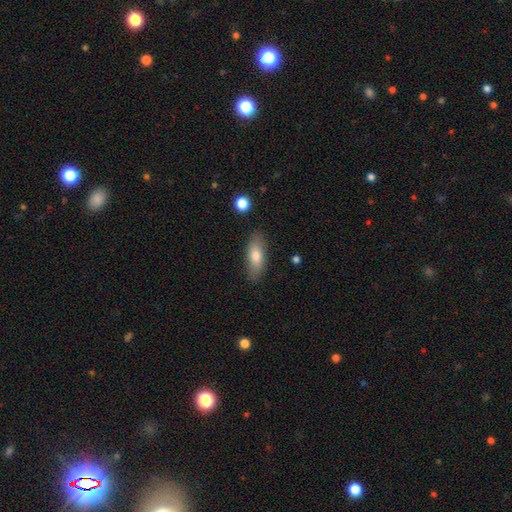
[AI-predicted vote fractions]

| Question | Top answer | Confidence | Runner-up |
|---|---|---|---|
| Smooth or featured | smooth | 77% | featured or disk (17%) |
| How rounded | in between | 73% | cigar-shaped (24%) |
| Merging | none | 84% | minor disturbance (12%) |